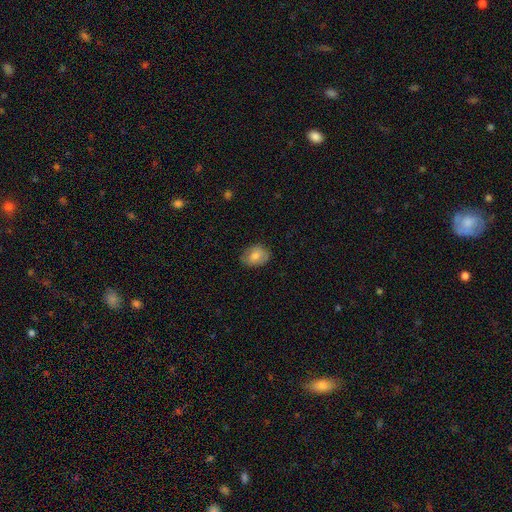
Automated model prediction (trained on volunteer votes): This appears to be a smooth galaxy with no disk features (75%) that is in between round and cigar-shaped (65%). Merging: none (76%).